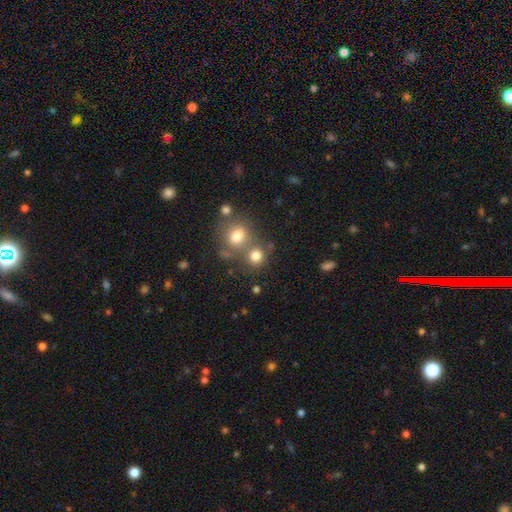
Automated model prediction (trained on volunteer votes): This is likely a smooth galaxy (78%). How rounded: clearly round (80%). Merging: possibly none (56%).